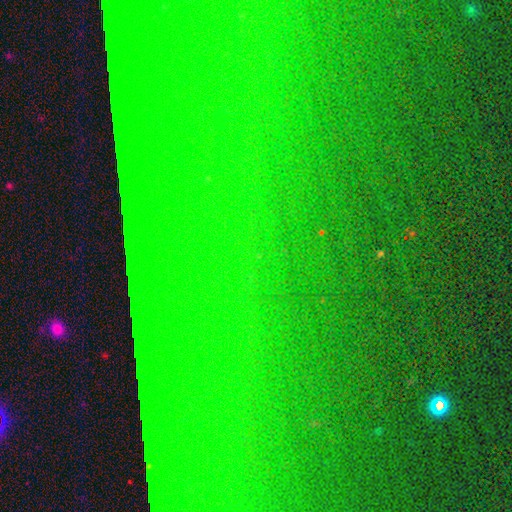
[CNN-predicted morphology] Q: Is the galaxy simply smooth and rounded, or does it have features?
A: star or artifact — 85%.